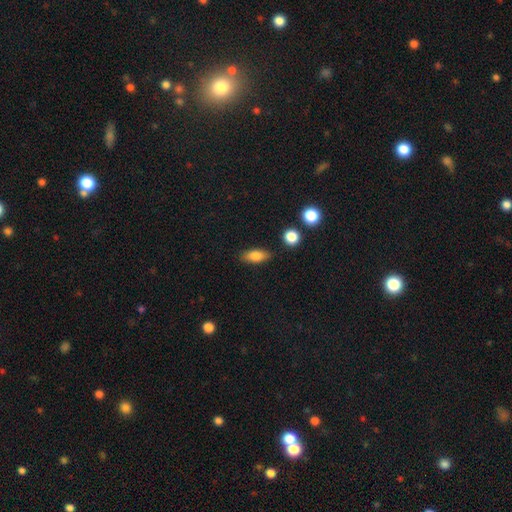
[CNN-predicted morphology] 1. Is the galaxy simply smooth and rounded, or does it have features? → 81% smooth, 11% featured or disk, 8% star or artifact.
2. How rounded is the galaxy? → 80% in between, 15% cigar-shaped, 5% round.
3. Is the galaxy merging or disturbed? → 85% none, 11% minor disturbance, 3% major disturbance, 2% merger.